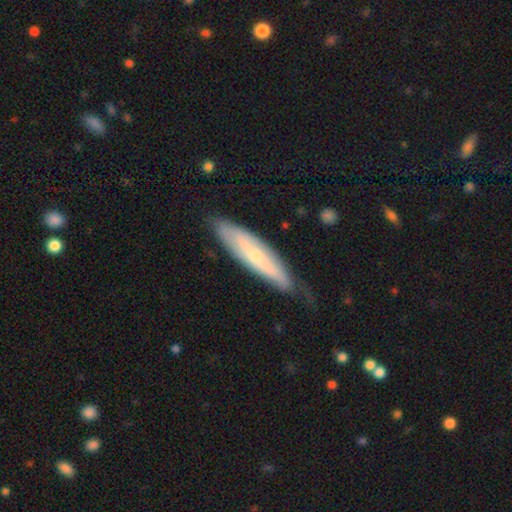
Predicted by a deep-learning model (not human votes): Smooth or featured?
  - featured or disk: 53% *
  - smooth: 41%
  - star or artifact: 6%
Edge-on disk?
  - yes: 52% *
  - no: 48%
Merging?
  - none: 67% *
  - minor disturbance: 25%
  - major disturbance: 6%
  - merger: 2%